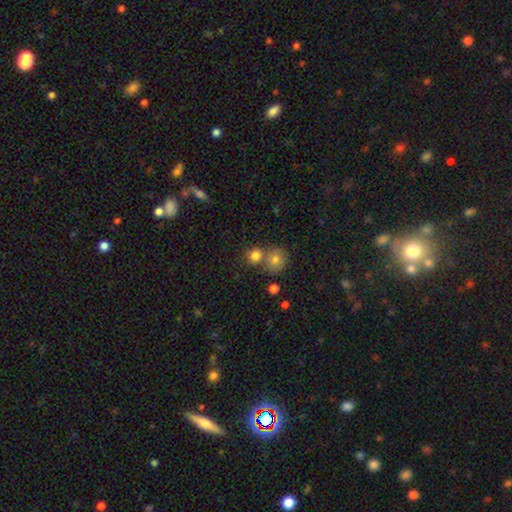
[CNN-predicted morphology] Smooth or featured?
  - smooth: 80% *
  - star or artifact: 11%
  - featured or disk: 9%
How rounded?
  - round: 82% *
  - in between: 17%
  - cigar-shaped: 1%
Merging?
  - none: 53% *
  - merger: 35%
  - minor disturbance: 9%
  - major disturbance: 3%